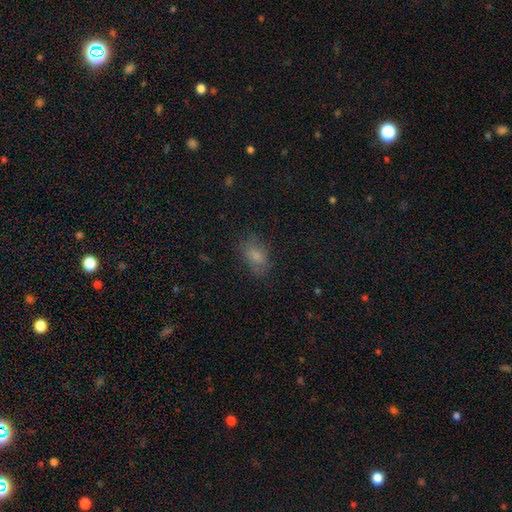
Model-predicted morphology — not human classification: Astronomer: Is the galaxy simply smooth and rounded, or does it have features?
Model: smooth — 77%.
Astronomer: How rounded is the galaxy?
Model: in between — 86%.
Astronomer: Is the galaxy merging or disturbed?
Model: none — 73%.